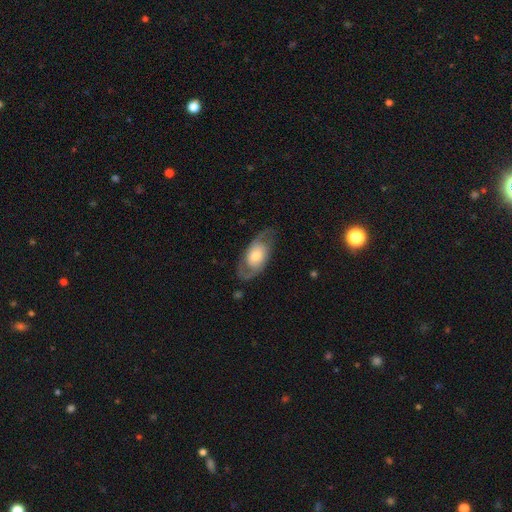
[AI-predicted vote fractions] A featured or disk galaxy (68%) with no bar (74%), spiral arms (78%) and a moderate central bulge (57%). Merging: none (71%).